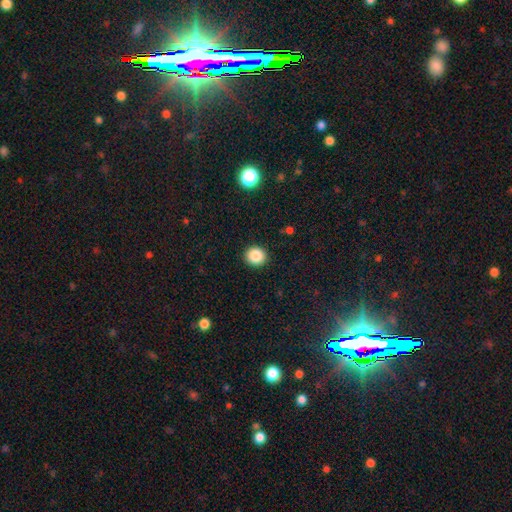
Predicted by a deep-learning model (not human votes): smooth-or-featured: smooth: 86% | star or artifact: 10% | featured or disk: 4%
  how-rounded: round: 90% | in between: 9% | cigar-shaped: 1%
  merging: none: 92% | minor disturbance: 5% | major disturbance: 2% | merger: 1%